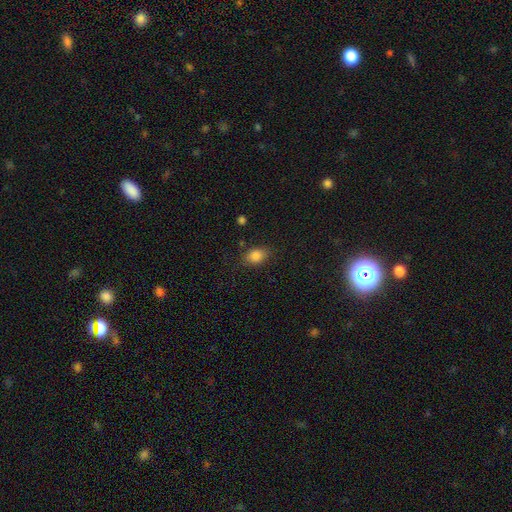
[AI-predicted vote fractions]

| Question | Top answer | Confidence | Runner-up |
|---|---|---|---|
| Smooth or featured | smooth | 84% | star or artifact (10%) |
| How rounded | in between | 76% | round (22%) |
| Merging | none | 80% | minor disturbance (14%) |